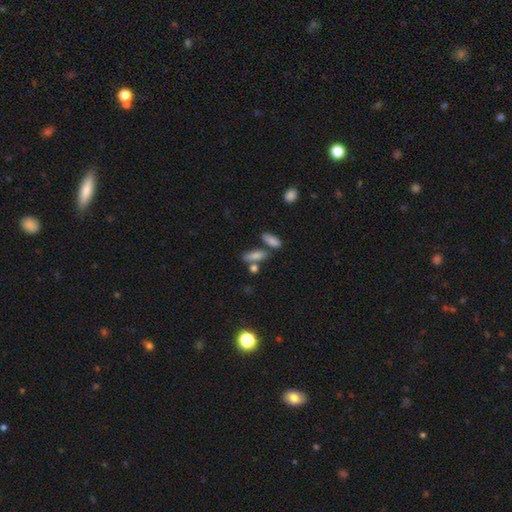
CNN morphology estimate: This is likely a smooth galaxy (74%). How rounded: likely in between (60%). Merging: possibly none (56%).